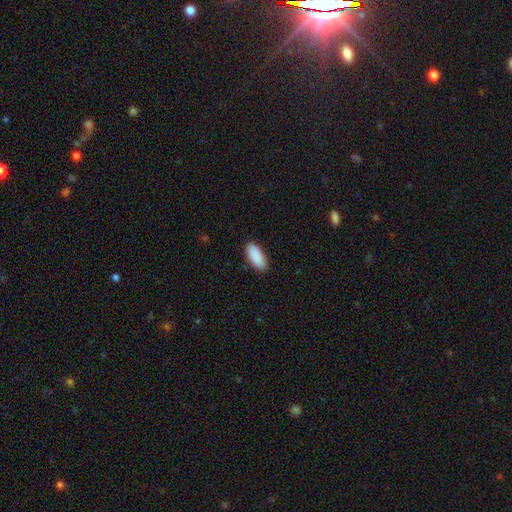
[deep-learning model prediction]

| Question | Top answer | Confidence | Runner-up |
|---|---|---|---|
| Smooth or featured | smooth | 91% | star or artifact (6%) |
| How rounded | in between | 88% | cigar-shaped (11%) |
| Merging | none | 88% | minor disturbance (9%) |